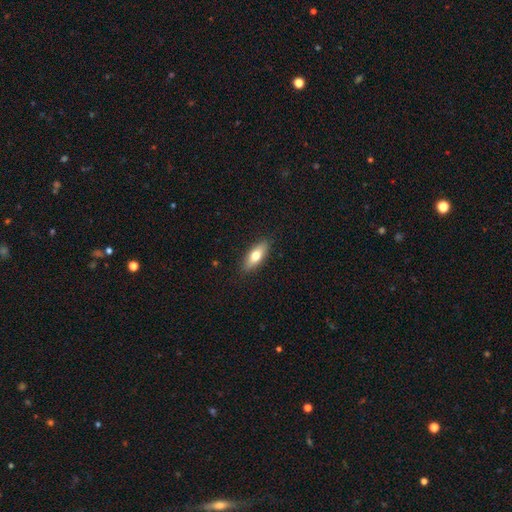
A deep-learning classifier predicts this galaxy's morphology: The model was most divided on "how rounded": in between: 67%, cigar-shaped: 30%, round: 3%. More confident: merging — none (88%); smooth or featured — smooth (68%).